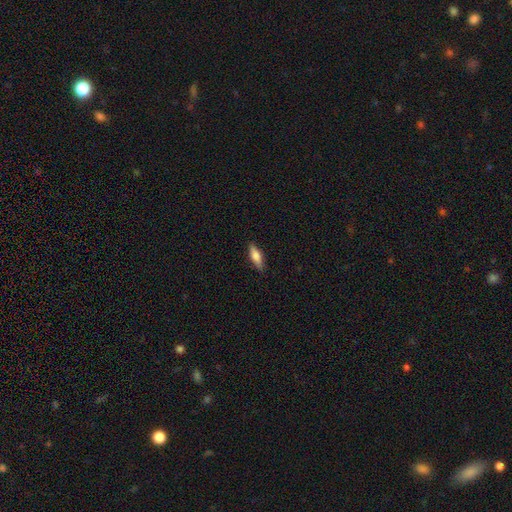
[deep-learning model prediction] Morphology: type=smooth (66%); roundness=in between (50%); merging=none (87%).